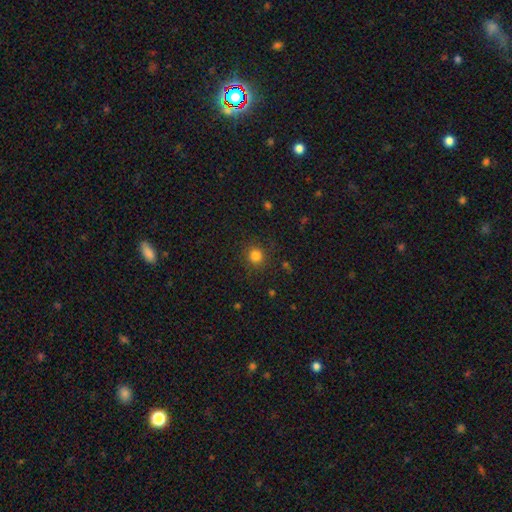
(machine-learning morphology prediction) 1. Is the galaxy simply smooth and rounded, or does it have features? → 82% smooth, 14% star or artifact, 5% featured or disk.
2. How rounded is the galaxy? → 91% round, 8% in between, 1% cigar-shaped.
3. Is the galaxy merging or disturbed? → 88% none, 7% minor disturbance, 3% major disturbance, 1% merger.